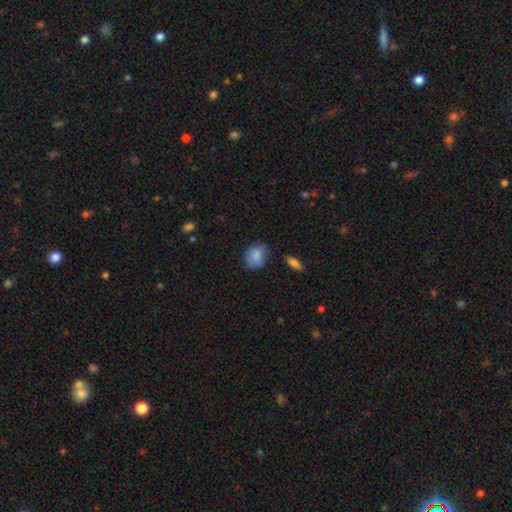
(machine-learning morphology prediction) This is clearly a smooth galaxy (85%). How rounded: possibly in between (52%). Merging: likely none (66%).